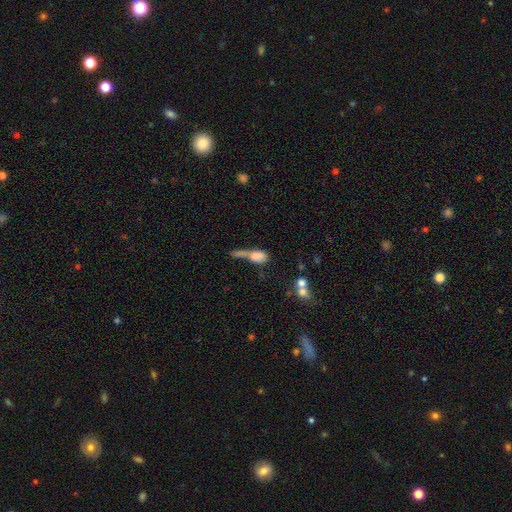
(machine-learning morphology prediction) This appears to be a smooth galaxy with no disk features (67%) that is in between round and cigar-shaped (66%). Merging: merger (43%).